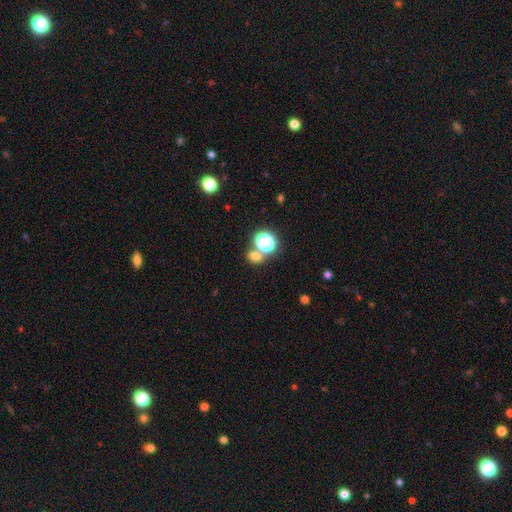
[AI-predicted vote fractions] Morphology: type=smooth (66%); roundness=round (70%); merging=none (65%).